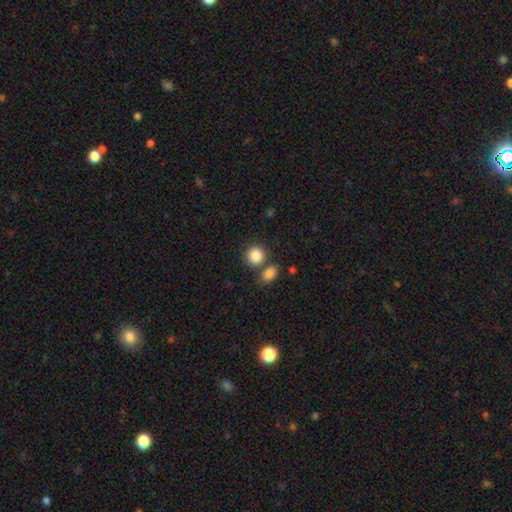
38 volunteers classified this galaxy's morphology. Q: Smooth or featured?
A: smooth (92%); runner-up: star or artifact (5%)
Q: How rounded?
A: round (86%); runner-up: in between (14%)
Q: Merging?
A: none (78%); runner-up: merger (17%)